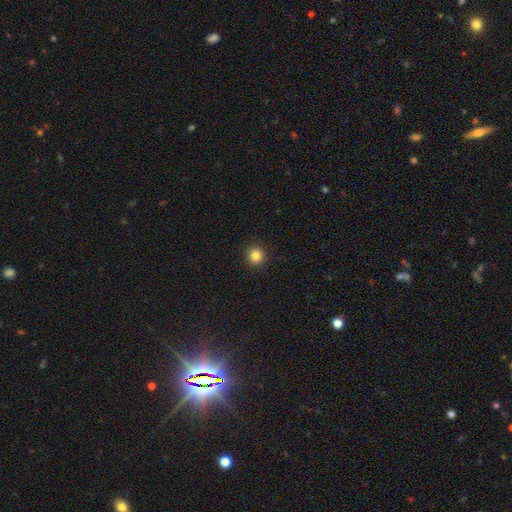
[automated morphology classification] This is clearly a smooth galaxy (84%). How rounded: clearly round (94%). Merging: clearly none (93%).